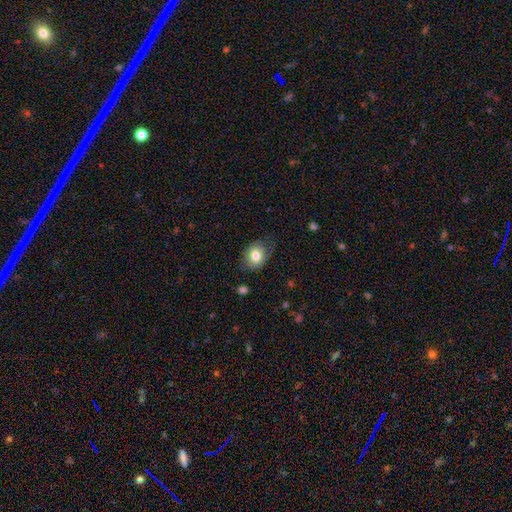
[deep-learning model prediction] This appears to be a smooth galaxy with no disk features (78%) that is round (50%). Merging: none (69%).